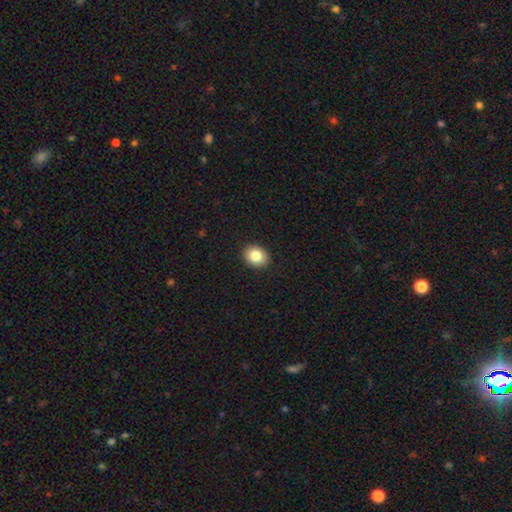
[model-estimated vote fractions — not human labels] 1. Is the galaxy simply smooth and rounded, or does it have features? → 84% smooth, 9% star or artifact, 7% featured or disk.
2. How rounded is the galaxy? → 51% round, 49% in between, 1% cigar-shaped.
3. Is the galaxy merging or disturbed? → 91% none, 6% minor disturbance, 2% major disturbance, 1% merger.